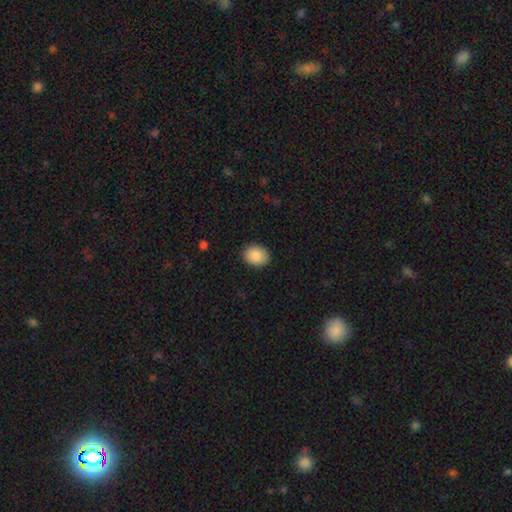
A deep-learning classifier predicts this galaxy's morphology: A smooth galaxy with no disk features (90%) that is in between round and cigar-shaped (60%). Merging: none (90%).